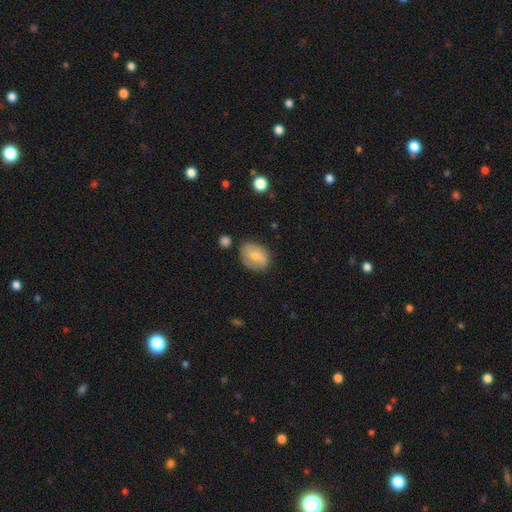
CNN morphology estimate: The model was most divided on "smooth or featured": smooth: 58%, featured or disk: 35%, star or artifact: 7%. More confident: merging — none (73%); how rounded — in between (65%).